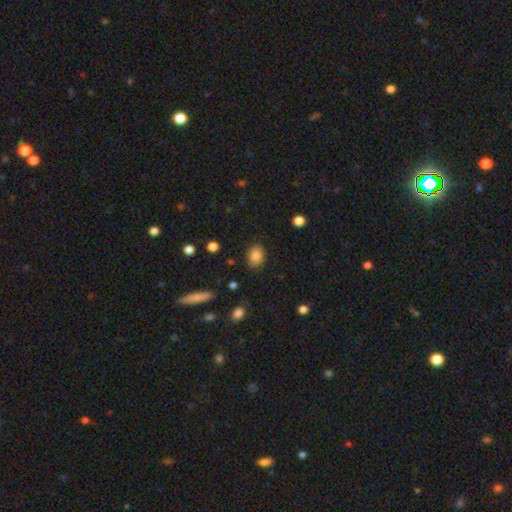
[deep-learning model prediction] This is clearly a smooth galaxy (86%). How rounded: possibly in between (55%). Merging: clearly none (85%).